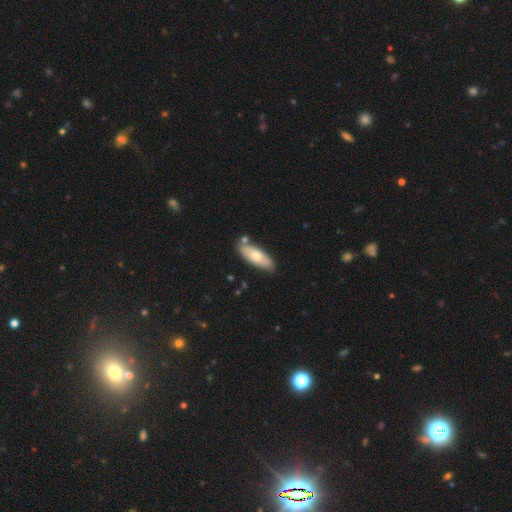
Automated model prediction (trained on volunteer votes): smooth 63%, featured or disk 31%, star or artifact 5%. Down the decision tree: how rounded — in between (72%); merging — none (77%).